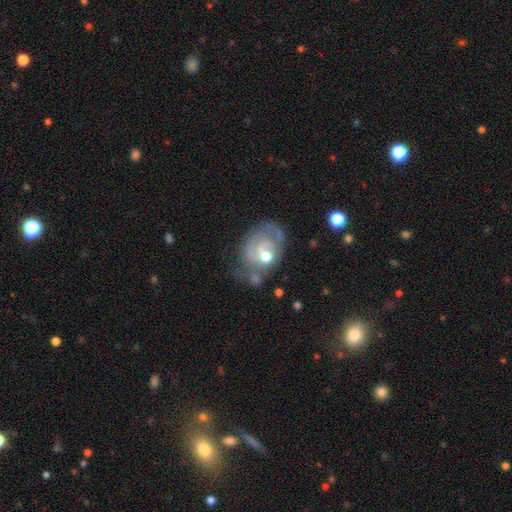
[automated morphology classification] This is likely a featured or disk galaxy (75%). It is clearly not viewed edge-on (97%). Bar: likely no (65%). Spiral arm pattern: likely yes (79%). Spiral arm count: marginally 2 (36%). Spiral winding: possibly tight (54%). Central bulge: likely moderate (65%). Merging: possibly none (46%).